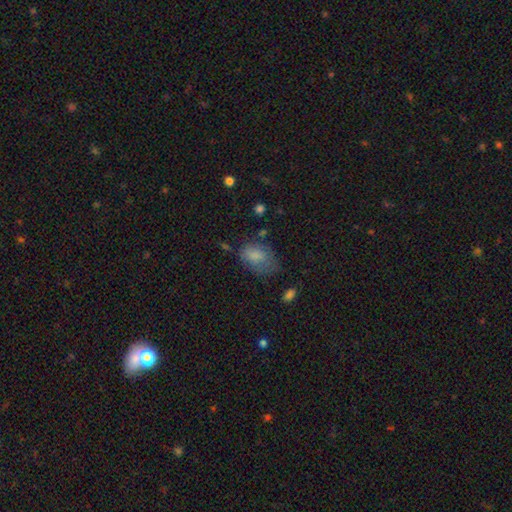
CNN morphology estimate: Smooth or featured: smooth — 77% (featured or disk — 13%)
How rounded: in between — 82% (round — 17%)
Merging: none — 46% (minor disturbance — 31%)